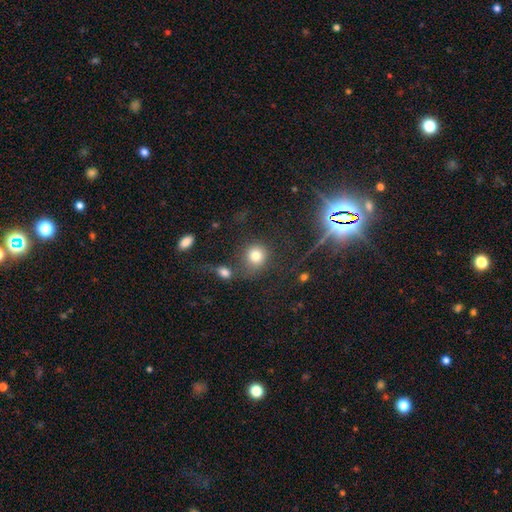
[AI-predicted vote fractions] This is likely a smooth galaxy (77%). How rounded: clearly round (83%). Merging: possibly none (59%).